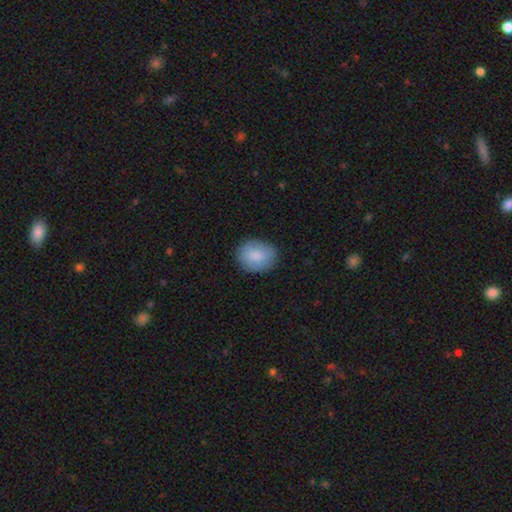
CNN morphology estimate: smooth-or-featured: smooth: 85% | featured or disk: 9% | star or artifact: 6%
  how-rounded: round: 53% | in between: 46% | cigar-shaped: 1%
  merging: none: 83% | minor disturbance: 13% | major disturbance: 3% | merger: 1%